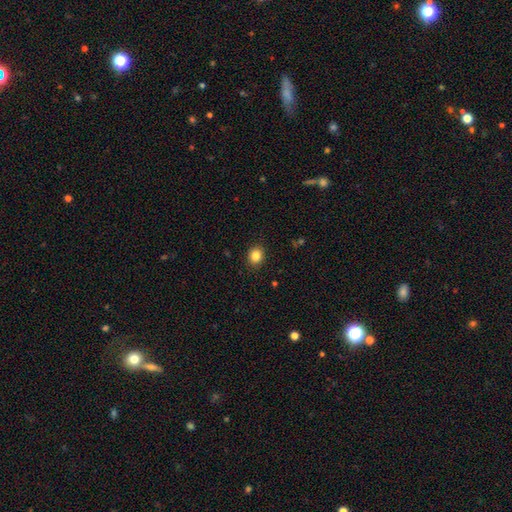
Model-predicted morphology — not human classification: Q: Smooth or featured?
A: smooth (84%); runner-up: star or artifact (11%)
Q: How rounded?
A: round (67%); runner-up: in between (32%)
Q: Merging?
A: none (90%); runner-up: minor disturbance (7%)